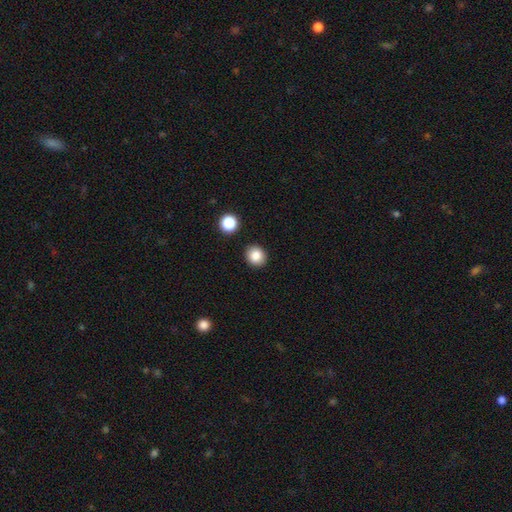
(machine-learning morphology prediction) smooth_or_featured: smooth (p=0.85) [alt: star or artifact p=0.10]
how_rounded: round (p=0.78) [alt: in between p=0.21]
merging: none (p=0.89) [alt: minor disturbance p=0.06]